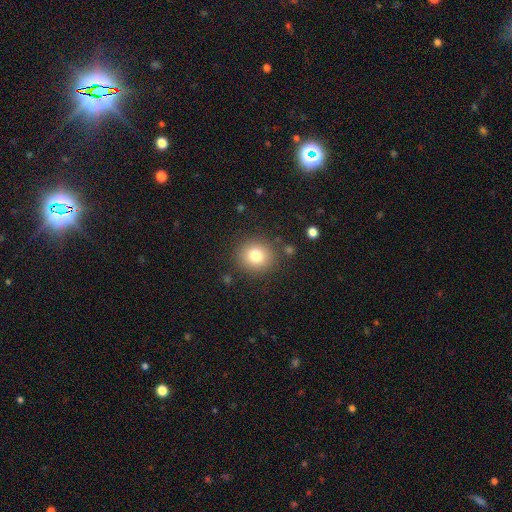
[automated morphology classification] smooth 79%, star or artifact 12%, featured or disk 10%. Down the decision tree: how rounded — round (90%); merging — none (86%).